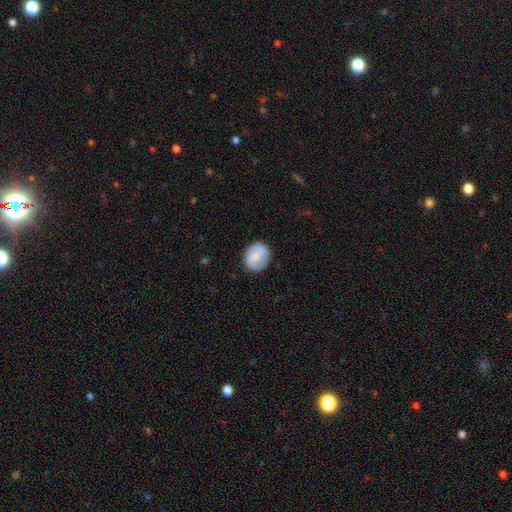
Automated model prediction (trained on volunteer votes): A smooth galaxy with no disk features (75%) that is round (64%). Merging: none (81%).